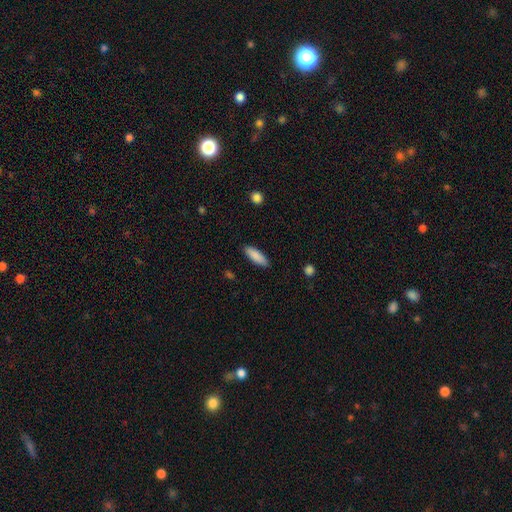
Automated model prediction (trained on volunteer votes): Q: Smooth or featured?
A: smooth (88%); runner-up: featured or disk (6%)
Q: How rounded?
A: in between (54%); runner-up: cigar-shaped (44%)
Q: Merging?
A: none (88%); runner-up: minor disturbance (9%)